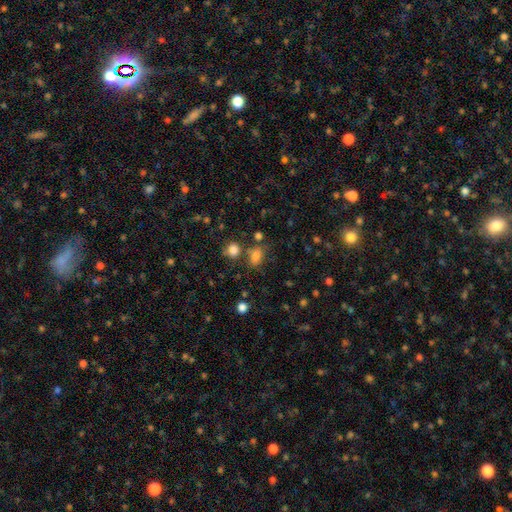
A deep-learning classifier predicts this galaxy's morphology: A smooth galaxy with no disk features (78%) that is in between round and cigar-shaped (78%). Merging: none (58%).